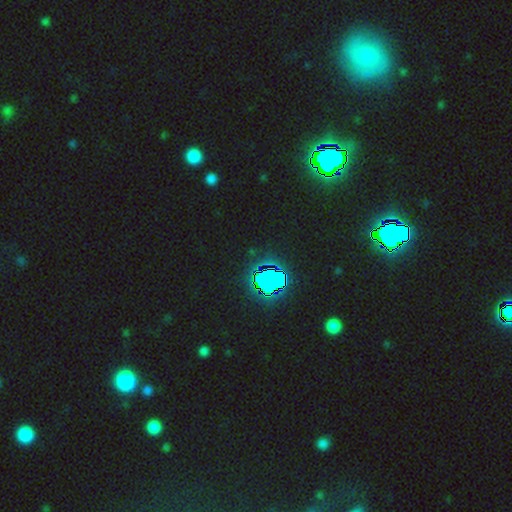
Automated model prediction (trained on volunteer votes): star or artifact 83%, smooth 10%, featured or disk 7%.